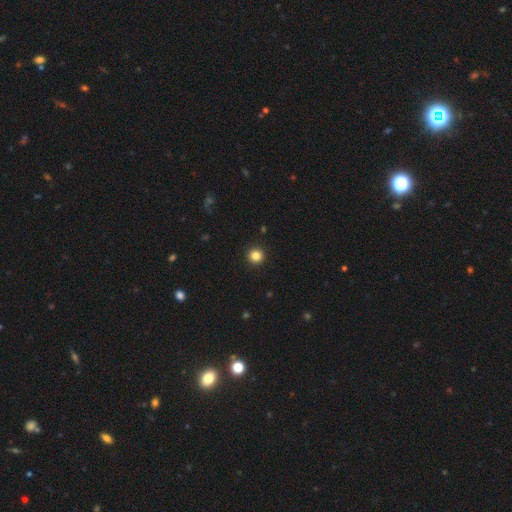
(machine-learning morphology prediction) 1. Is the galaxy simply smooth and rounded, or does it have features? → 84% smooth, 12% star or artifact, 4% featured or disk.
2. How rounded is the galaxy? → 96% round, 3% in between, 1% cigar-shaped.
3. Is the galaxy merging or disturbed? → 94% none, 4% minor disturbance, 2% major disturbance, 1% merger.